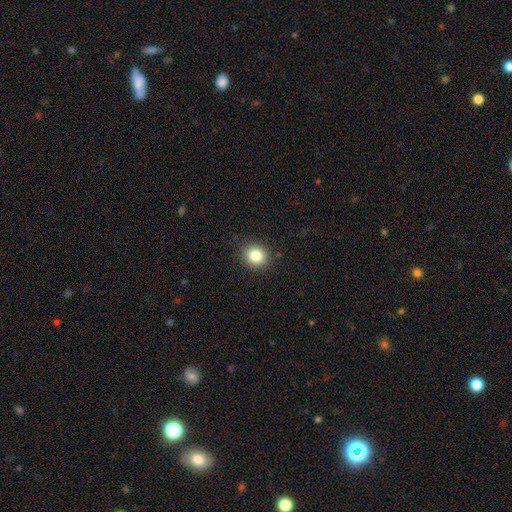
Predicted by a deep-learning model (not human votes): smooth_or_featured: smooth (p=0.83) [alt: star or artifact p=0.11]
how_rounded: round (p=0.80) [alt: in between p=0.19]
merging: none (p=0.89) [alt: minor disturbance p=0.07]